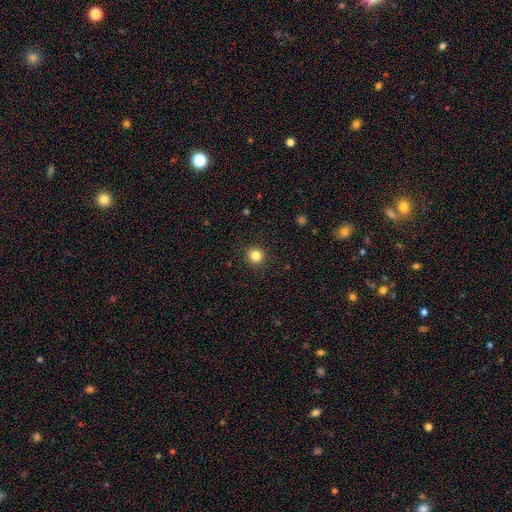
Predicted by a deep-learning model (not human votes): Smooth or featured?
  - smooth: 83% *
  - star or artifact: 12%
  - featured or disk: 5%
How rounded?
  - round: 90% *
  - in between: 9%
  - cigar-shaped: 1%
Merging?
  - none: 91% *
  - minor disturbance: 6%
  - major disturbance: 2%
  - merger: 1%